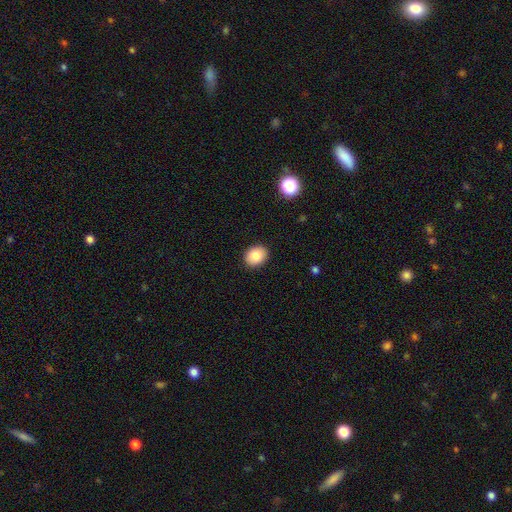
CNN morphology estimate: type=smooth (84%); roundness=round (50%); merging=none (91%).